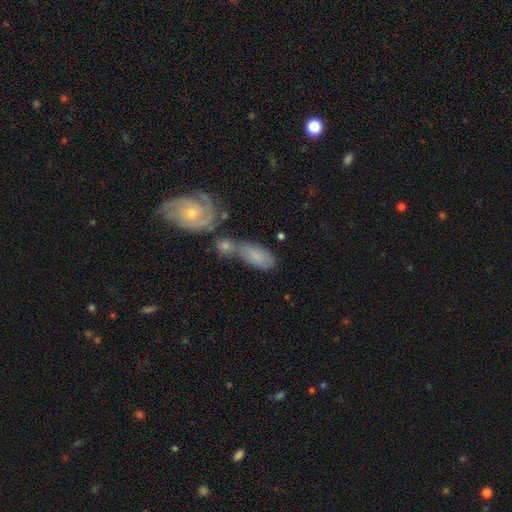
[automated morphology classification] Smooth or featured: featured or disk — 46% (smooth — 44%)
Merging: merger — 37% (none — 36%)